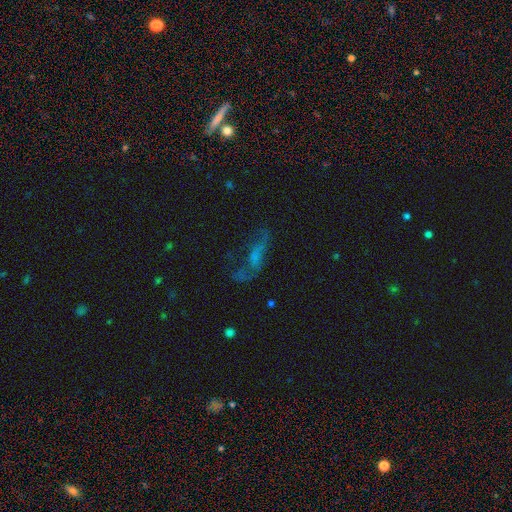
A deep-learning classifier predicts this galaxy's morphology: A featured or disk galaxy (44%). Merging: none (41%).